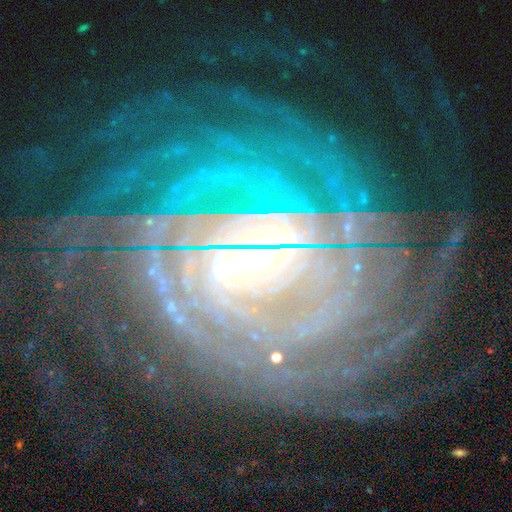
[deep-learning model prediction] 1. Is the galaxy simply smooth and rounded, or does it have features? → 90% featured or disk, 6% star or artifact, 4% smooth.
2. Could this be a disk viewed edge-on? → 95% no, 5% yes.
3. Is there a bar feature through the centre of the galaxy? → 44% strong, 33% weak, 23% no.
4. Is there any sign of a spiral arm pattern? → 96% yes, 4% no.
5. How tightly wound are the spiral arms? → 72% tight, 21% medium, 7% loose.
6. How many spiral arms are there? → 25% can't tell, 19% 2, 17% more than 4, 14% 4, 14% 3, 11% 1.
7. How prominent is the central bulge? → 48% moderate, 38% small, 10% large, 3% none, 2% dominant.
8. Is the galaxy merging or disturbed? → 71% none, 16% minor disturbance, 10% major disturbance, 3% merger.